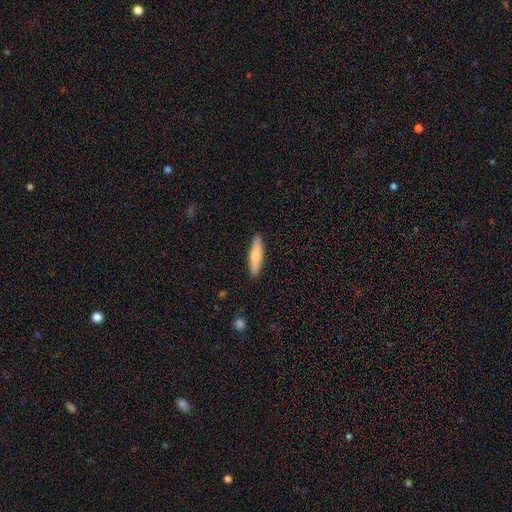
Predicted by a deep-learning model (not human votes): Q: Smooth or featured?
A: smooth (70%); runner-up: featured or disk (25%)
Q: How rounded?
A: cigar-shaped (78%); runner-up: in between (20%)
Q: Merging?
A: none (90%); runner-up: minor disturbance (7%)